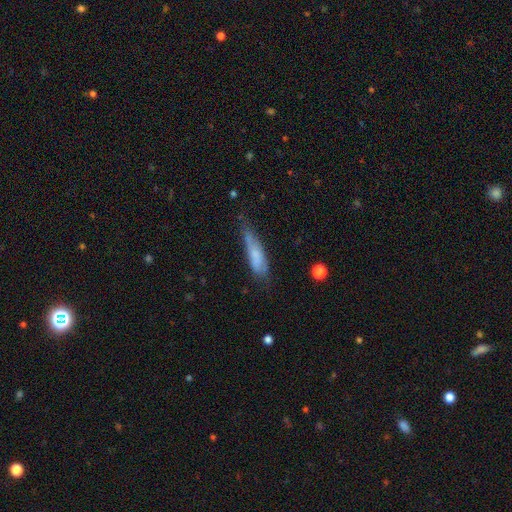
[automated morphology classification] A smooth galaxy with no disk features (64%) that is cigar-shaped (64%). Merging: none (46%).